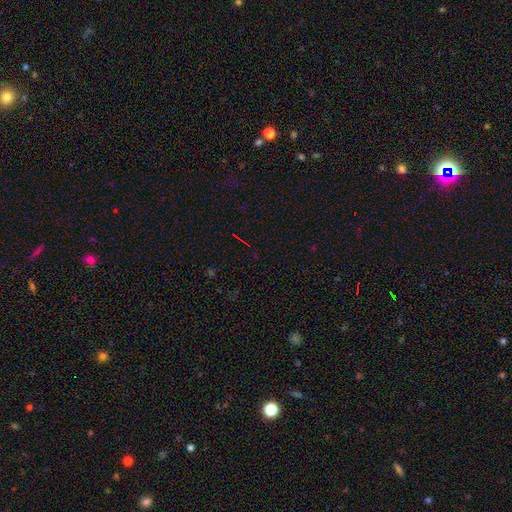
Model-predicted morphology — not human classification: The model was most divided on "smooth or featured": star or artifact: 73%, smooth: 17%, featured or disk: 10%.